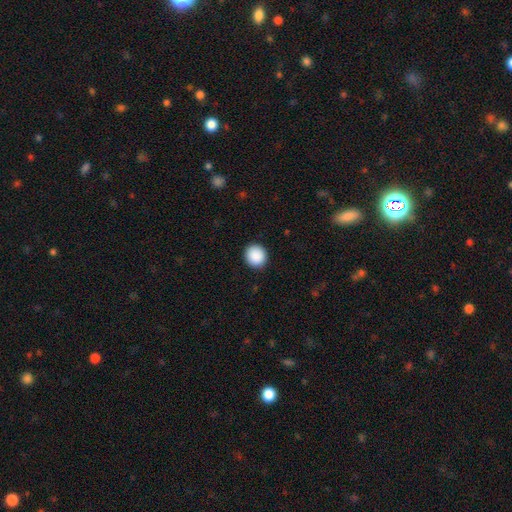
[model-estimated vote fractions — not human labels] Smooth or featured? Predicted: smooth (p=0.90). How rounded? Predicted: round (p=0.88). Merging? Predicted: none (p=0.92).